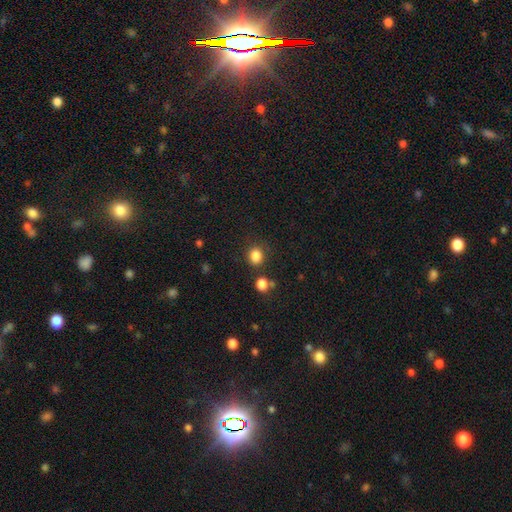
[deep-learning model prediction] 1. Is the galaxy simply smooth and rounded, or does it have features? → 84% smooth, 12% star or artifact, 4% featured or disk.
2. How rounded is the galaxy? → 63% round, 36% in between, 1% cigar-shaped.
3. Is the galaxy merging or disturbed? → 78% none, 11% minor disturbance, 7% merger, 4% major disturbance.